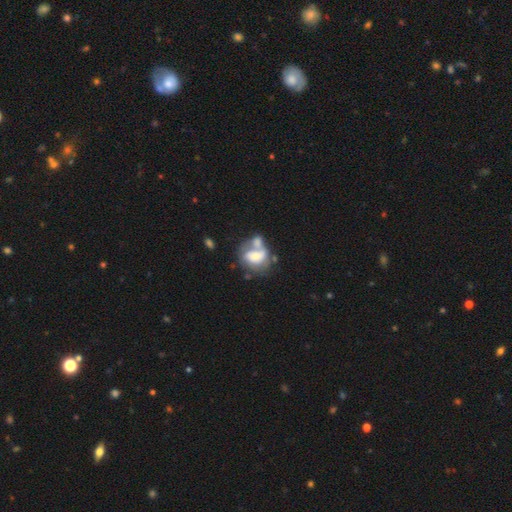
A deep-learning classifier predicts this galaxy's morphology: smooth_or_featured: featured or disk (p=0.47) [alt: smooth p=0.45]
merging: merger (p=0.52) [alt: none p=0.19]